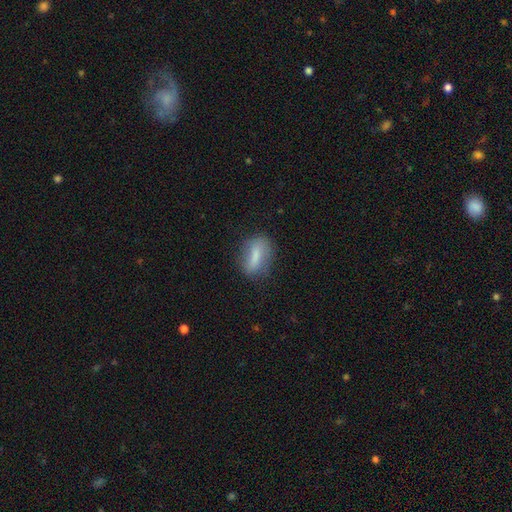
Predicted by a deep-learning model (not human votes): A smooth galaxy with no disk features (71%) that is in between round and cigar-shaped (71%). Merging: none (70%).